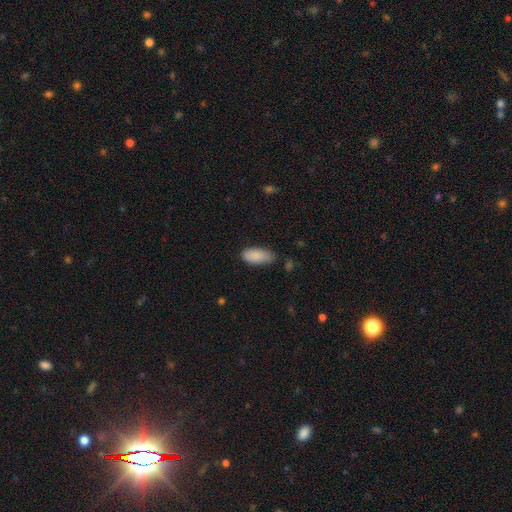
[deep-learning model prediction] This appears to be a smooth galaxy with no disk features (88%) that is in between round and cigar-shaped (89%). Merging: none (67%).